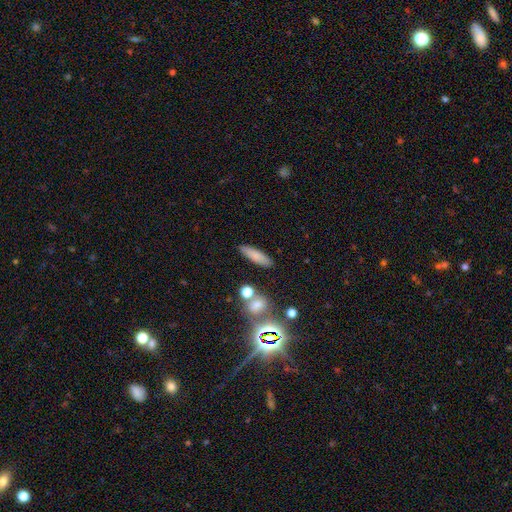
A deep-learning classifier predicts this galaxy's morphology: Smooth or featured? smooth (78%)
How rounded? cigar-shaped (62%)
Merging? none (83%)